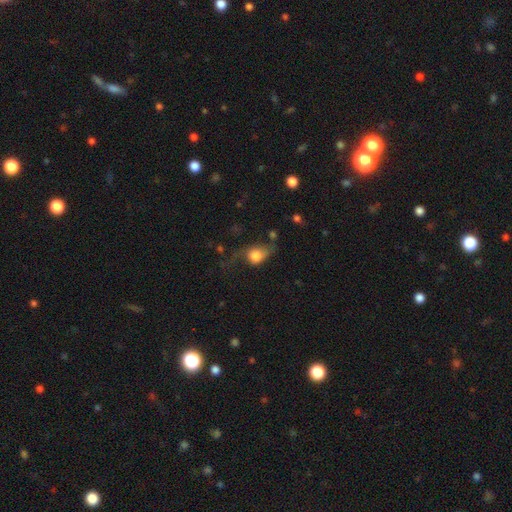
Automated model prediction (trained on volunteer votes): A smooth galaxy with no disk features (69%) that is in between round and cigar-shaped (51%).

Vote fractions:
- Smooth or featured? smooth: 69% / featured or disk: 22% / star or artifact: 9%
- How rounded? in between: 51% / round: 47% / cigar-shaped: 3%
- Merging? major disturbance: 38% / none: 33% / minor disturbance: 25% / merger: 5%